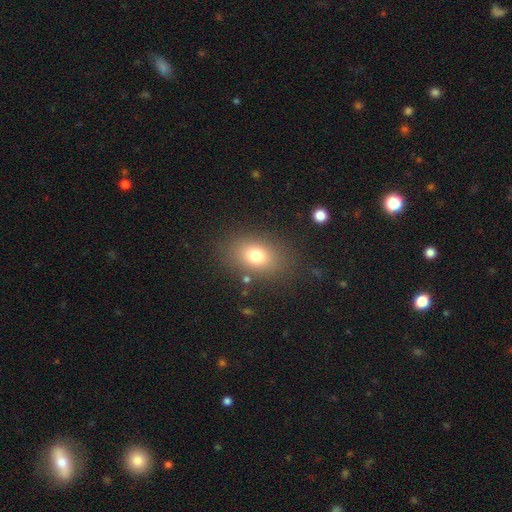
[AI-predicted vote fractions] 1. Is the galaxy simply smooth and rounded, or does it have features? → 76% smooth, 12% star or artifact, 11% featured or disk.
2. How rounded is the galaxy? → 75% in between, 24% round, 1% cigar-shaped.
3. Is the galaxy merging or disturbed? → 80% none, 11% minor disturbance, 6% major disturbance, 3% merger.